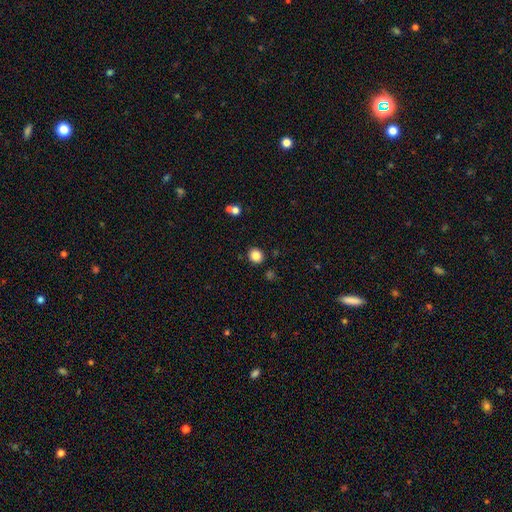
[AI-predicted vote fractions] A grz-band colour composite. It shows a smooth galaxy with no disk features (85%) that is round (83%). Merging: none (89%).